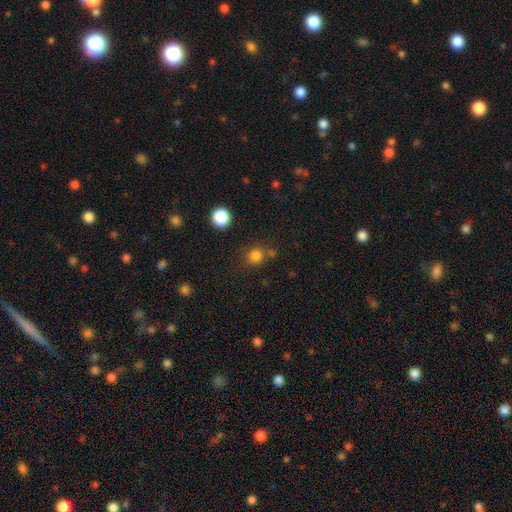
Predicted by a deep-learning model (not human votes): Smooth or featured: smooth — 80% (star or artifact — 15%)
How rounded: round — 88% (in between — 11%)
Merging: none — 74% (minor disturbance — 11%)